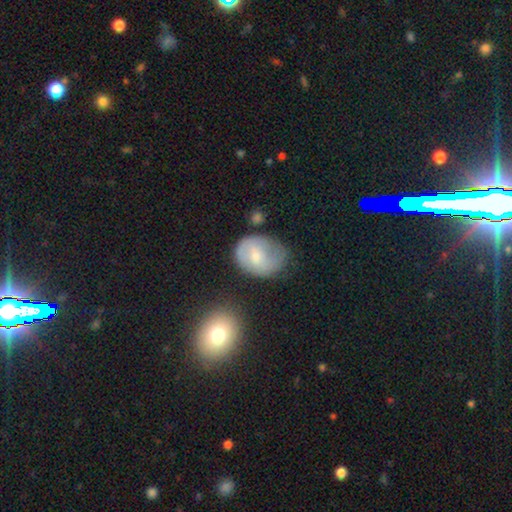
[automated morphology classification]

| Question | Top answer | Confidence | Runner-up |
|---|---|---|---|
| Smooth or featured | smooth | 58% | featured or disk (34%) |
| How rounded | in between | 56% | round (43%) |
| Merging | none | 45% | minor disturbance (33%) |